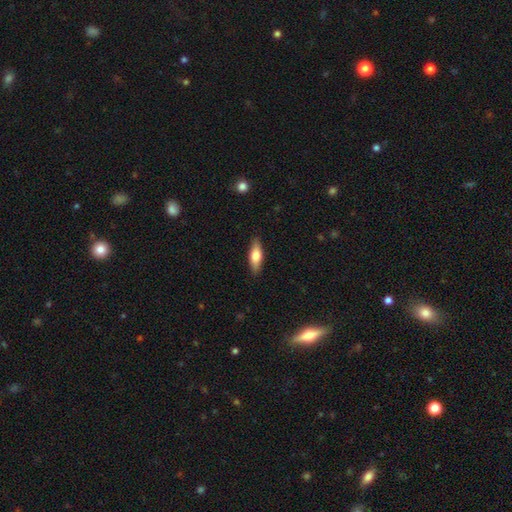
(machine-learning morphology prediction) smooth-or-featured: smooth: 67% | featured or disk: 27% | star or artifact: 6%
  how-rounded: in between: 57% | cigar-shaped: 40% | round: 3%
  merging: none: 87% | minor disturbance: 10% | major disturbance: 2% | merger: 1%